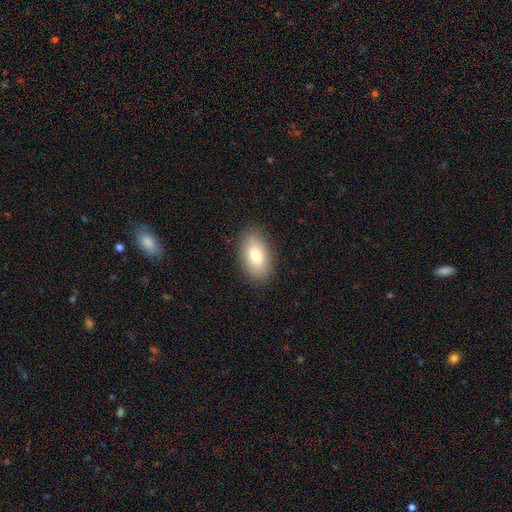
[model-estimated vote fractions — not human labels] Smooth or featured: smooth — 78% (featured or disk — 14%)
How rounded: in between — 92% (round — 5%)
Merging: none — 87% (minor disturbance — 9%)